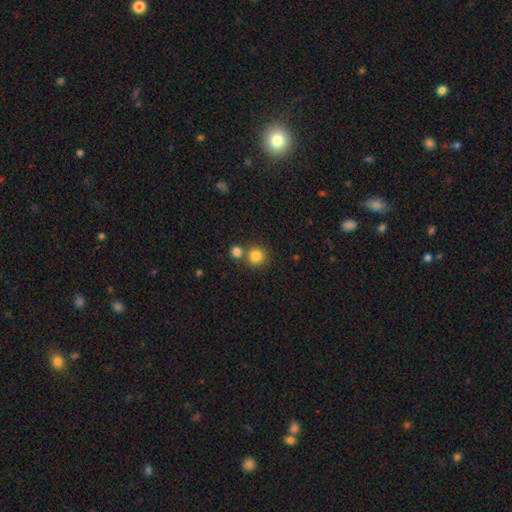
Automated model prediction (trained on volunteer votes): Smooth or featured: smooth — 83% (star or artifact — 11%)
How rounded: round — 93% (in between — 7%)
Merging: none — 65% (merger — 25%)